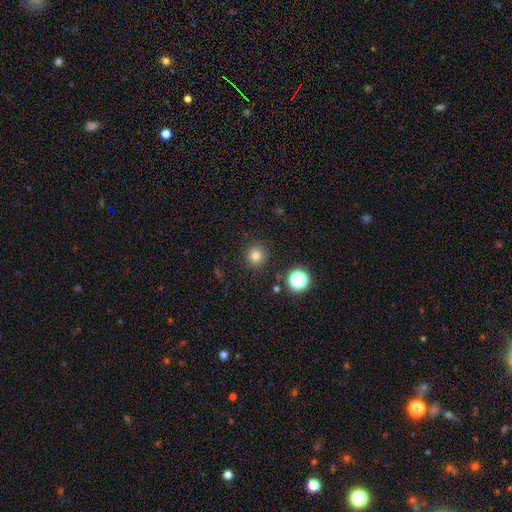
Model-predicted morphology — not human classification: The model was most divided on "smooth or featured": smooth: 78%, star or artifact: 15%, featured or disk: 7%. More confident: how rounded — round (94%); merging — none (90%).